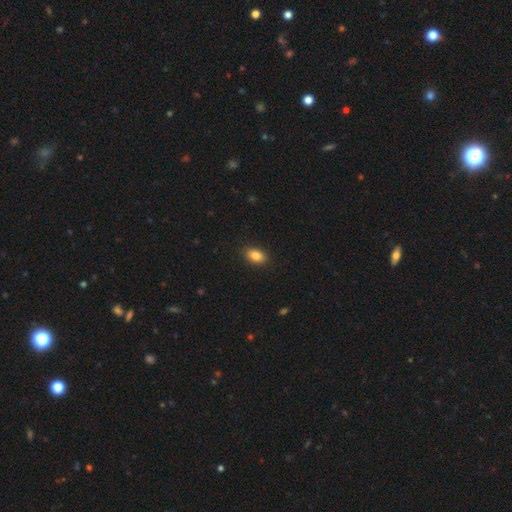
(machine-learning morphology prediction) The model was most divided on "smooth or featured": smooth: 85%, star or artifact: 8%, featured or disk: 7%. More confident: merging — none (89%); how rounded — in between (88%).